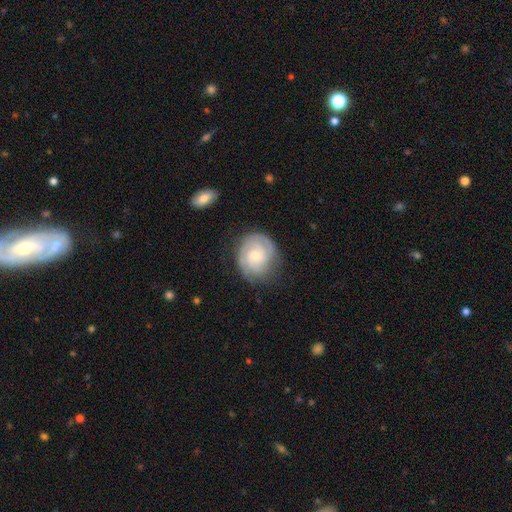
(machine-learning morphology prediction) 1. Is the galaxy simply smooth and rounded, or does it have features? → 75% featured or disk, 19% smooth, 6% star or artifact.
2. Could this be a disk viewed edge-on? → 98% no, 2% yes.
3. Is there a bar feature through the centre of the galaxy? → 70% no, 26% weak, 4% strong.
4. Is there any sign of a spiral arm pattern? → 94% yes, 6% no.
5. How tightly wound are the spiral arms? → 69% tight, 25% medium, 6% loose.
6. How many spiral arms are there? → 37% 2, 25% can't tell, 23% 3, 5% 4, 5% 1, 4% more than 4.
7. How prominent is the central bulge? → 59% small, 32% moderate, 4% none, 3% large, 1% dominant.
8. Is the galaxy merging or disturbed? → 75% none, 17% minor disturbance, 6% major disturbance, 1% merger.